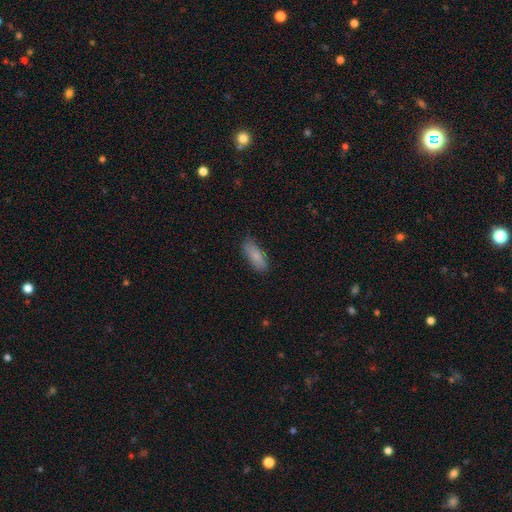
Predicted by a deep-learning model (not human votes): Morphology: type=smooth (84%); roundness=in between (74%); merging=none (81%).